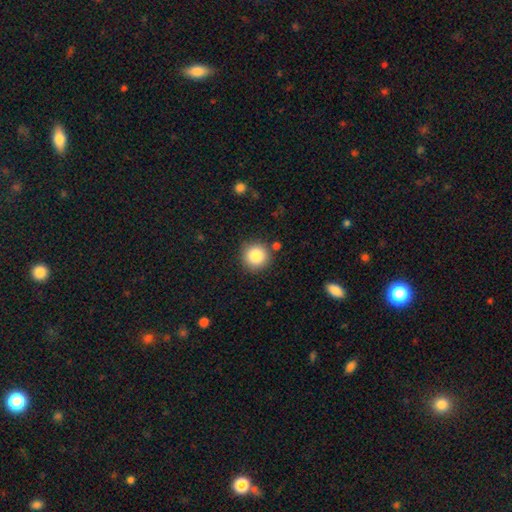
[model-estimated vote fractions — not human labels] Smooth or featured: smooth — 85% (star or artifact — 9%)
How rounded: round — 95% (in between — 4%)
Merging: none — 86% (minor disturbance — 8%)